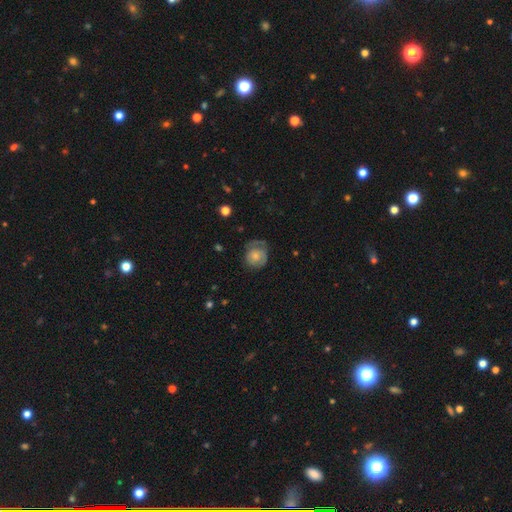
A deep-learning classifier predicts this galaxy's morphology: Smooth or featured? featured or disk (49%)
Merging? none (52%)